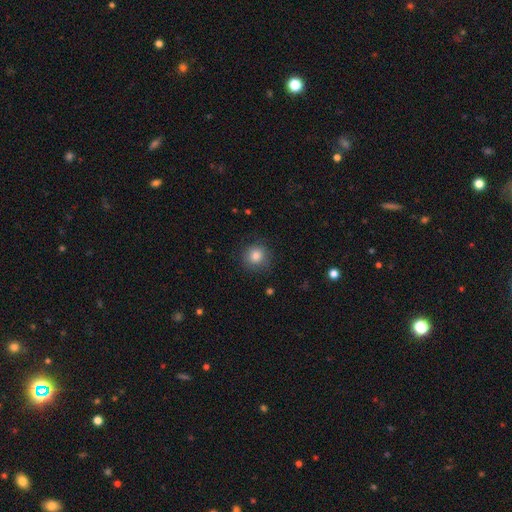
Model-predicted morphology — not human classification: Smooth or featured: smooth — 83% (star or artifact — 10%)
How rounded: round — 91% (in between — 8%)
Merging: none — 85% (minor disturbance — 11%)